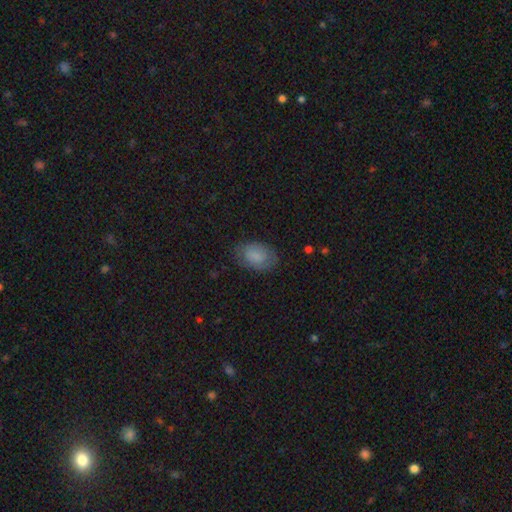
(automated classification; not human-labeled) smooth_or_featured: smooth (p=0.81) [alt: featured or disk p=0.11]
how_rounded: in between (p=0.83) [alt: round p=0.16]
merging: none (p=0.75) [alt: minor disturbance p=0.19]